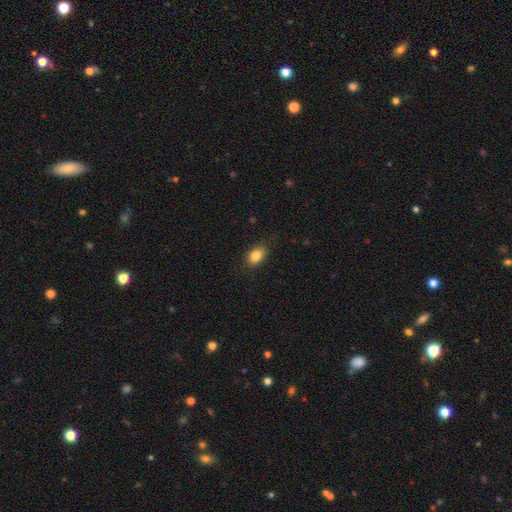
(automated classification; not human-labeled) A smooth galaxy with no disk features (85%) that is in between round and cigar-shaped (85%).

Vote fractions:
- Smooth or featured? smooth: 85% / star or artifact: 8% / featured or disk: 7%
- How rounded? in between: 85% / round: 13% / cigar-shaped: 2%
- Merging? none: 83% / minor disturbance: 13% / major disturbance: 3% / merger: 1%